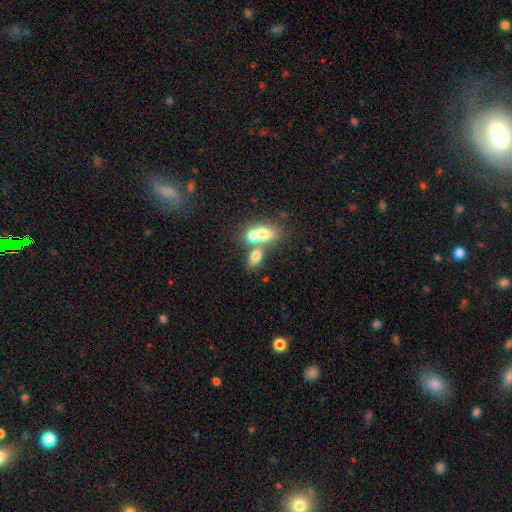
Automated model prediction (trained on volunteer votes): Q: Smooth or featured?
A: smooth (66%); runner-up: featured or disk (23%)
Q: How rounded?
A: in between (70%); runner-up: round (27%)
Q: Merging?
A: merger (64%); runner-up: none (25%)